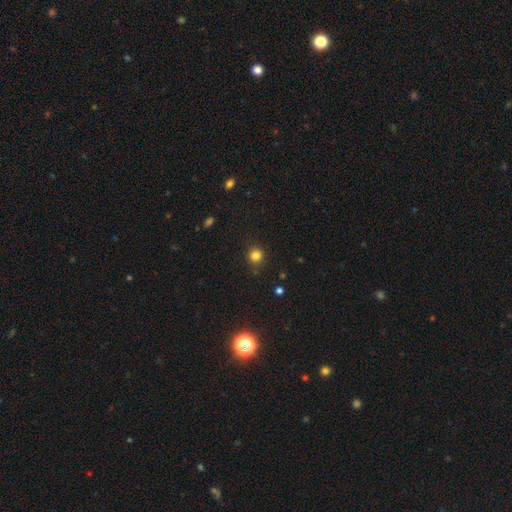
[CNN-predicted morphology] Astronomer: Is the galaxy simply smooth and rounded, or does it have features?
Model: smooth — 81%.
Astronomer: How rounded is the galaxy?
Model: round — 91%.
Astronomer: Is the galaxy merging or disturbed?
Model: none — 88%.